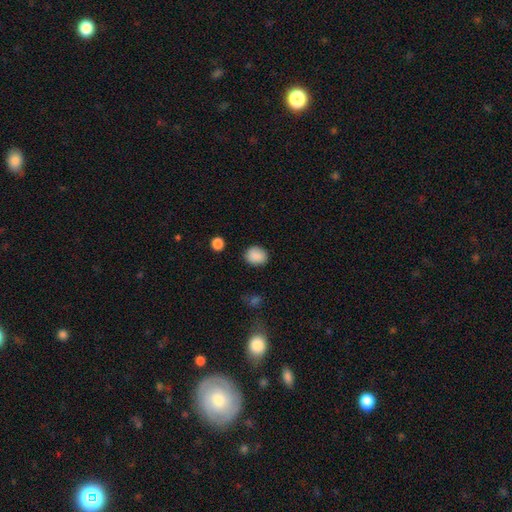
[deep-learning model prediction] Morphology: type=smooth (88%); roundness=round (54%); merging=none (83%).